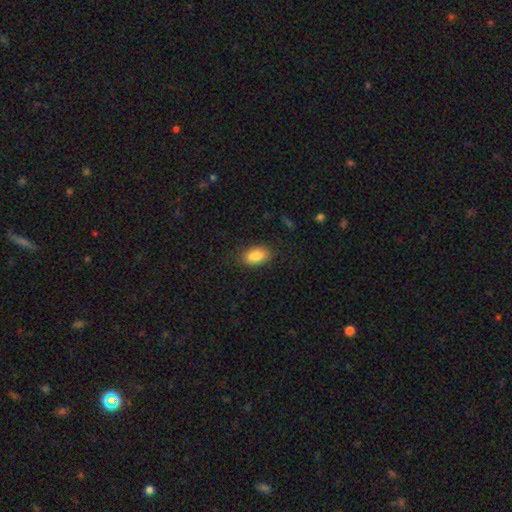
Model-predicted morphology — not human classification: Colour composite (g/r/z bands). It shows a smooth galaxy with no disk features (84%) that is in between round and cigar-shaped (90%). Merging: none (83%).